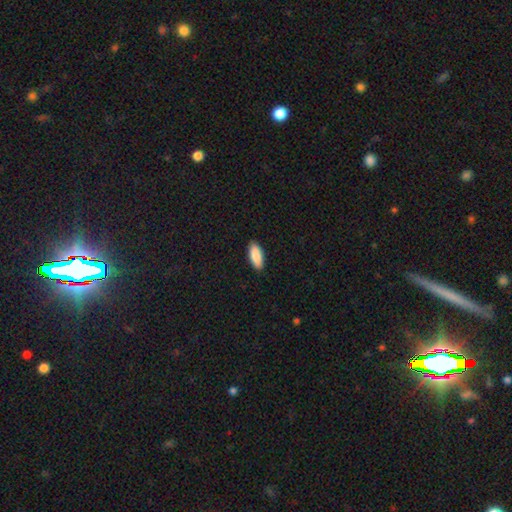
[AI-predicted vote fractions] The model was most divided on "how rounded": in between: 83%, cigar-shaped: 16%, round: 2%. More confident: merging — none (90%); smooth or featured — smooth (90%).